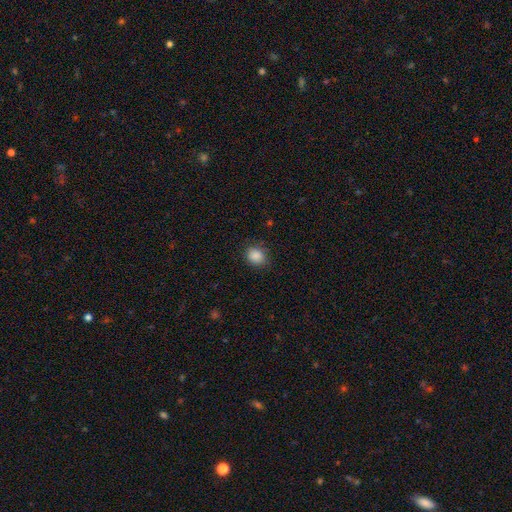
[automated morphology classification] smooth_or_featured: smooth (p=0.88) [alt: star or artifact p=0.09]
how_rounded: round (p=0.63) [alt: in between p=0.36]
merging: none (p=0.83) [alt: minor disturbance p=0.13]